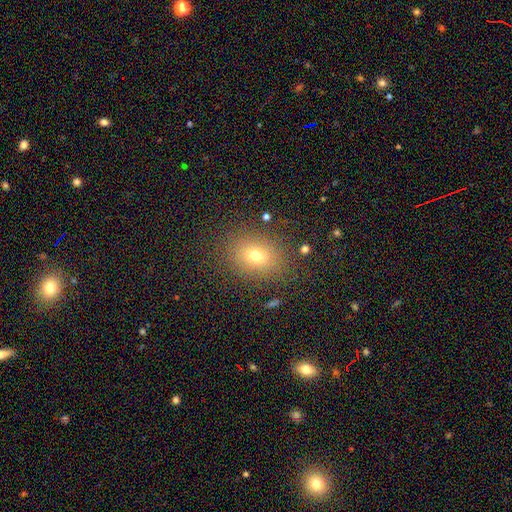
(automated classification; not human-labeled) smooth-or-featured: smooth: 70% | star or artifact: 16% | featured or disk: 14%
  how-rounded: in between: 59% | round: 39% | cigar-shaped: 1%
  merging: none: 83% | minor disturbance: 10% | major disturbance: 5% | merger: 2%